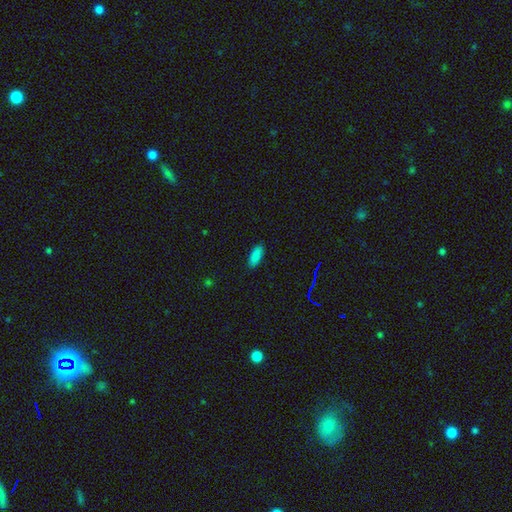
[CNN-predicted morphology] Overall: smooth (86%). How rounded: in between (78%). Merging: none (88%).